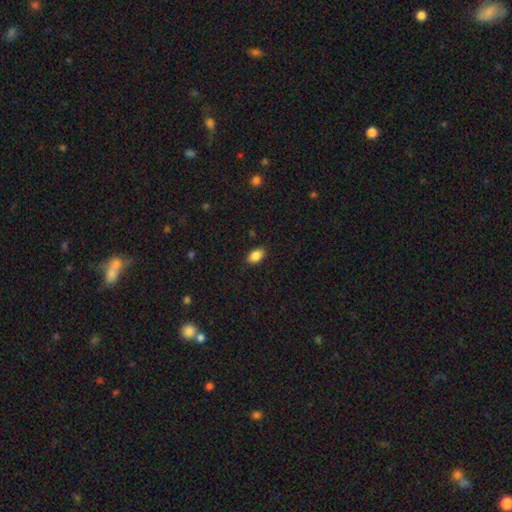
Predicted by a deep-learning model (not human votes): smooth 87%, star or artifact 8%, featured or disk 5%. Down the decision tree: how rounded — in between (88%); merging — none (87%).